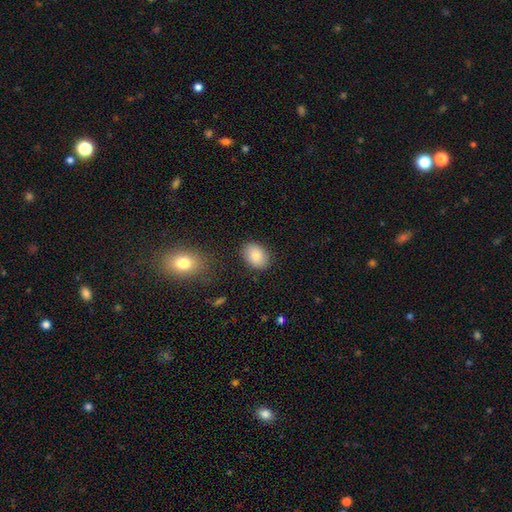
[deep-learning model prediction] smooth_or_featured: smooth (p=0.87) [alt: star or artifact p=0.07]
how_rounded: in between (p=0.77) [alt: round p=0.21]
merging: none (p=0.84) [alt: minor disturbance p=0.11]